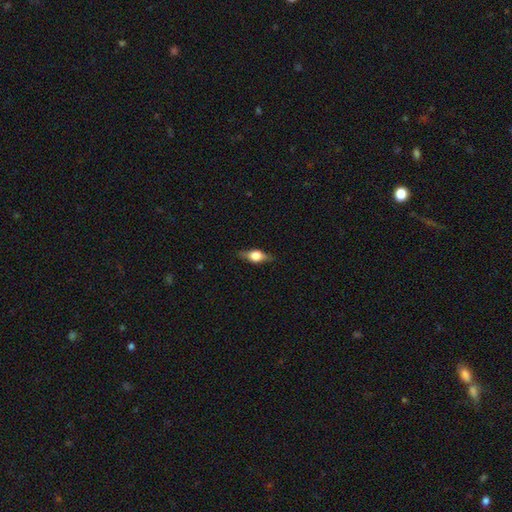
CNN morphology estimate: This appears to be a featured or disk galaxy (53%) viewed edge-on (93%). Merging: none (81%).